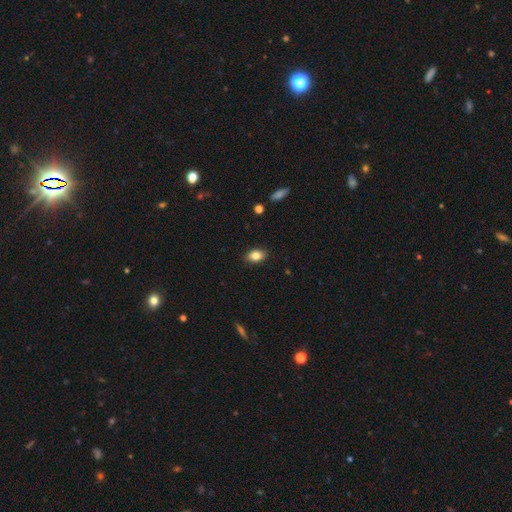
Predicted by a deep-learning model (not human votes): A smooth galaxy with no disk features (83%) that is in between round and cigar-shaped (86%). Merging: none (88%).